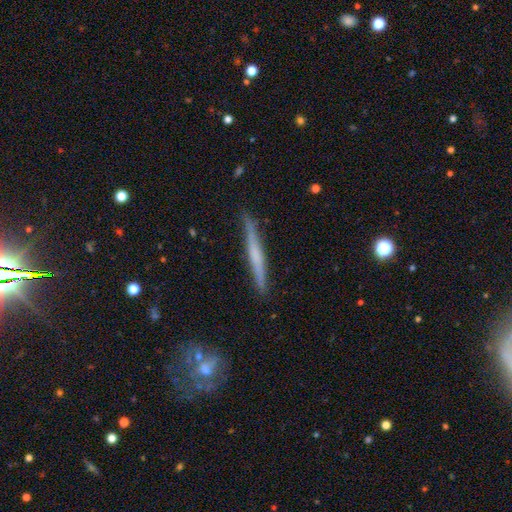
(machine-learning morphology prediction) type=featured or disk (53%); edge-on=yes (97%); edge-on bulge=none (62%); merging=none (89%).